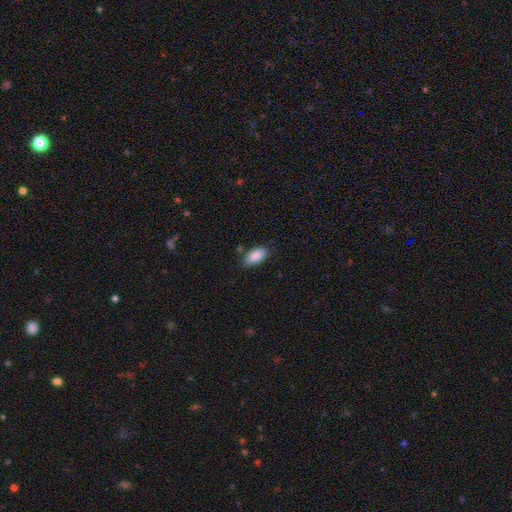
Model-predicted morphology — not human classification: A smooth galaxy with no disk features (88%) that is in between round and cigar-shaped (93%). Merging: none (76%).